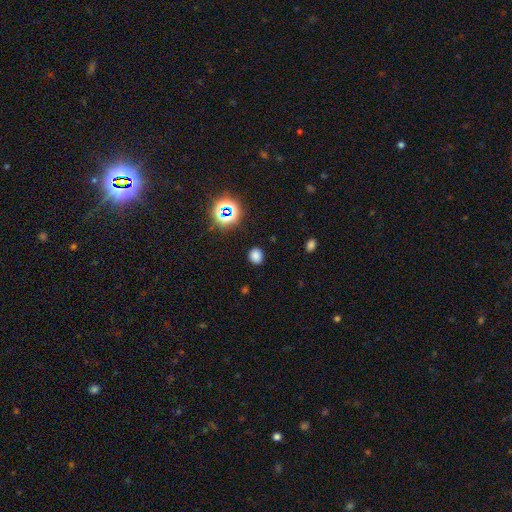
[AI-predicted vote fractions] smooth-or-featured: smooth: 75% | star or artifact: 20% | featured or disk: 5%
  how-rounded: round: 69% | in between: 30% | cigar-shaped: 1%
  merging: none: 87% | minor disturbance: 8% | major disturbance: 3% | merger: 1%